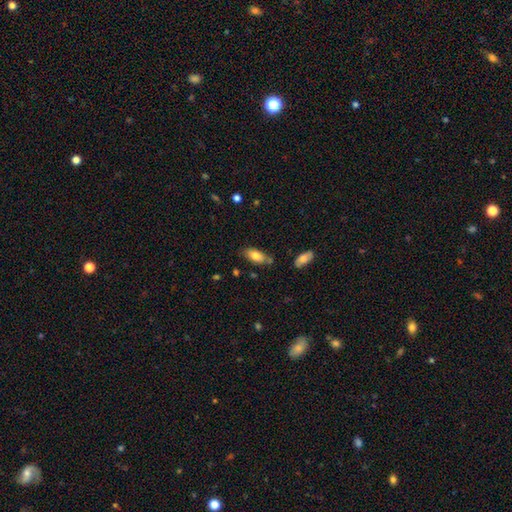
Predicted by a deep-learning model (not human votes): A smooth galaxy with no disk features (78%) that is in between round and cigar-shaped (88%). Merging: none (71%).